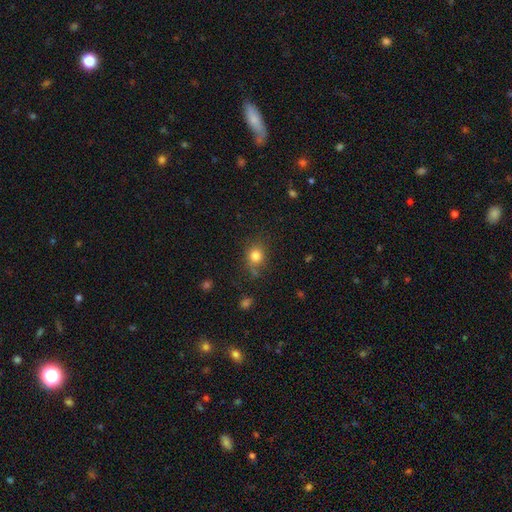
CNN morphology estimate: A smooth galaxy with no disk features (81%) that is round (78%). Merging: none (76%).